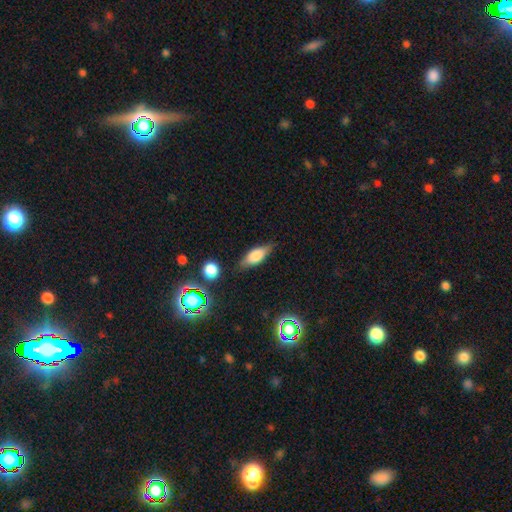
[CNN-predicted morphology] Smooth or featured? smooth (64%)
How rounded? in between (73%)
Merging? none (78%)